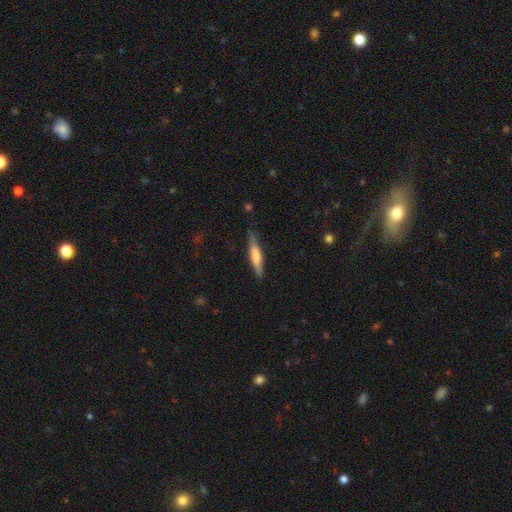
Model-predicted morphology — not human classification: Q: Smooth or featured?
A: smooth (51%); runner-up: featured or disk (43%)
Q: How rounded?
A: cigar-shaped (85%); runner-up: in between (13%)
Q: Merging?
A: none (83%); runner-up: minor disturbance (13%)